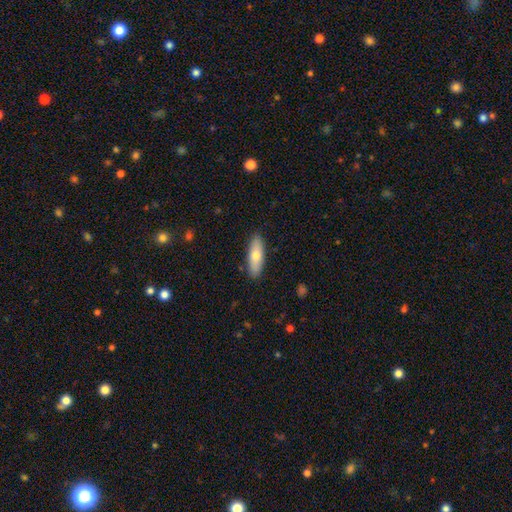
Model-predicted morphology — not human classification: This appears to be a smooth galaxy with no disk features (71%) that is in between round and cigar-shaped (60%). Merging: none (89%).